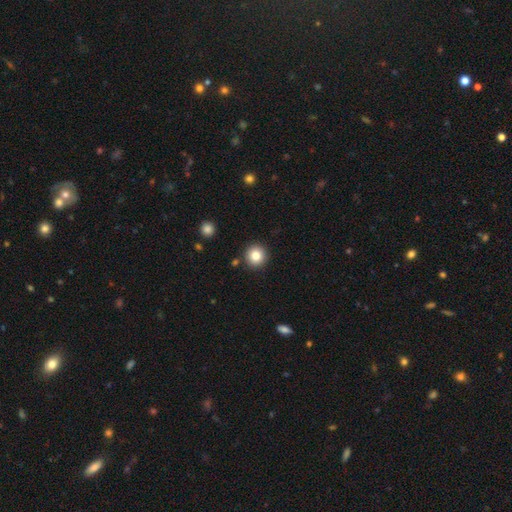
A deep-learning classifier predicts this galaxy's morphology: A smooth galaxy with no disk features (83%) that is round (94%). Merging: none (90%).